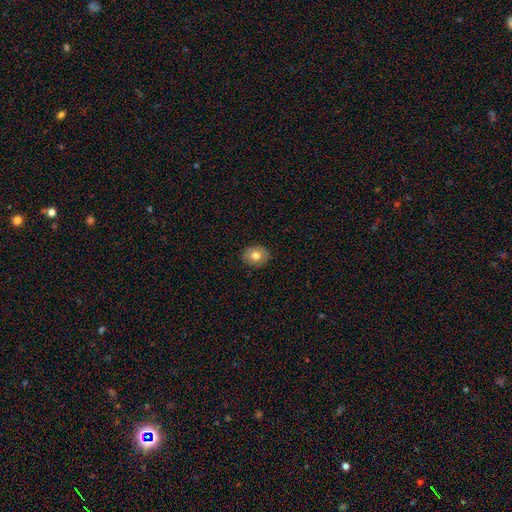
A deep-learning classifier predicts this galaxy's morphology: smooth 77%, featured or disk 14%, star or artifact 9%. Down the decision tree: how rounded — round (62%); merging — none (89%).